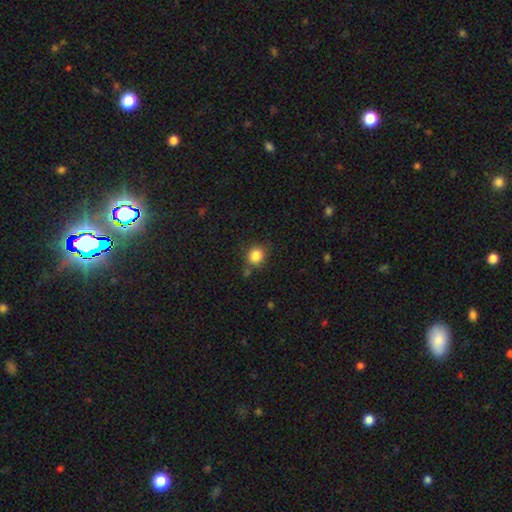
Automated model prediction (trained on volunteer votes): Smooth or featured: smooth — 85% (star or artifact — 11%)
How rounded: round — 78% (in between — 21%)
Merging: none — 77% (minor disturbance — 13%)